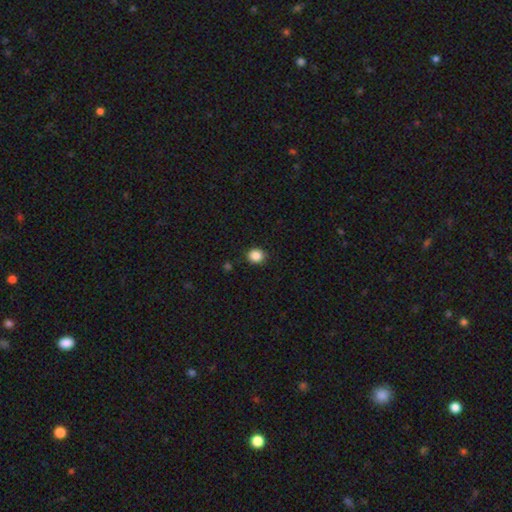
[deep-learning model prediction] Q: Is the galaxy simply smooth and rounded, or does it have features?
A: smooth — 87%.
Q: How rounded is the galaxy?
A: round — 82%.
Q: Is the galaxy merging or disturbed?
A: none — 88%.